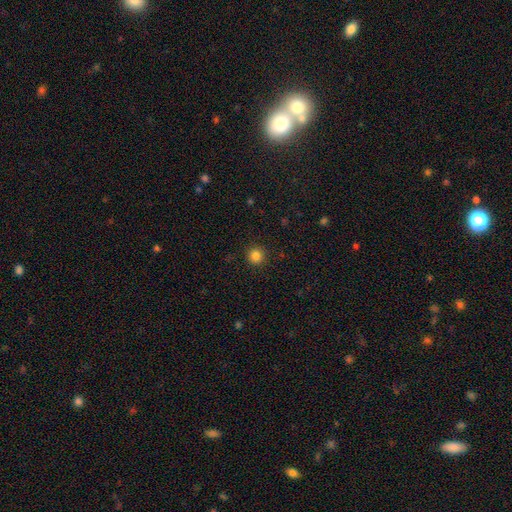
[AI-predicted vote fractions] smooth-or-featured: smooth: 84% | star or artifact: 12% | featured or disk: 4%
  how-rounded: round: 94% | in between: 5% | cigar-shaped: 1%
  merging: none: 92% | minor disturbance: 5% | major disturbance: 2% | merger: 1%